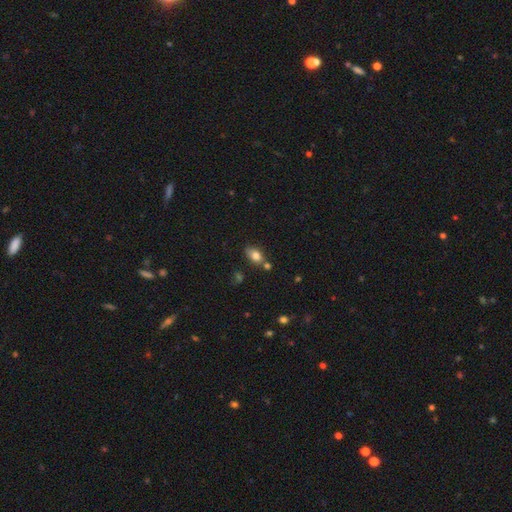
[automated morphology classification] Smooth or featured? smooth (79%)
How rounded? in between (85%)
Merging? none (65%)